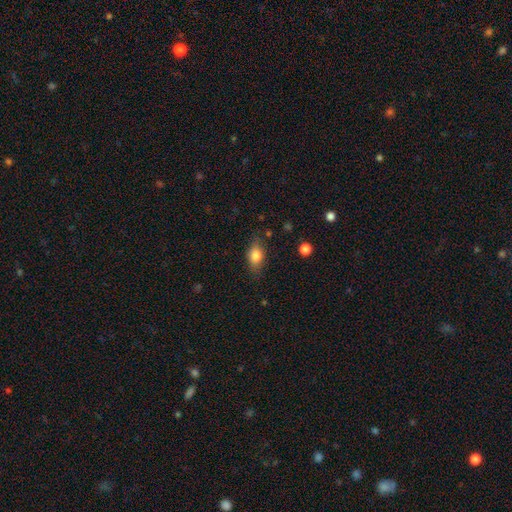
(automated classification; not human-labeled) A smooth galaxy with no disk features (78%) that is in between round and cigar-shaped (81%). Merging: none (78%).